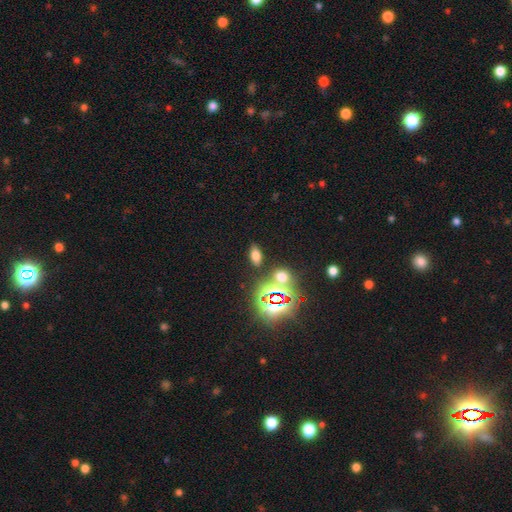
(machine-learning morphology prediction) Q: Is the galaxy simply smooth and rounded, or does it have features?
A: smooth — 61%.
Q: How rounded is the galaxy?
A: in between — 83%.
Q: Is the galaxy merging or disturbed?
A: none — 83%.